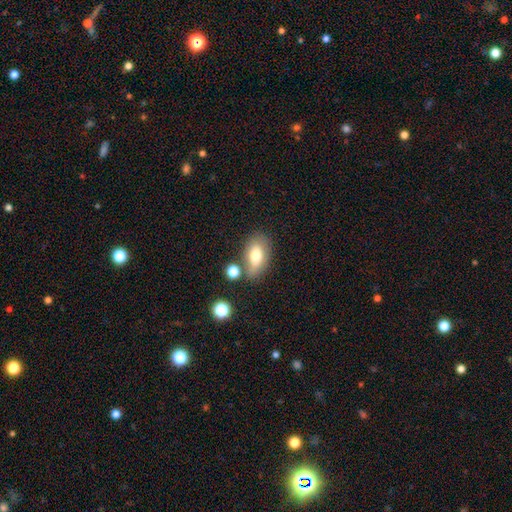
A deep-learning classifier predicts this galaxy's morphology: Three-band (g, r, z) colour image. It shows a smooth galaxy with no disk features (71%) that is in between round and cigar-shaped (88%). Merging: none (65%).